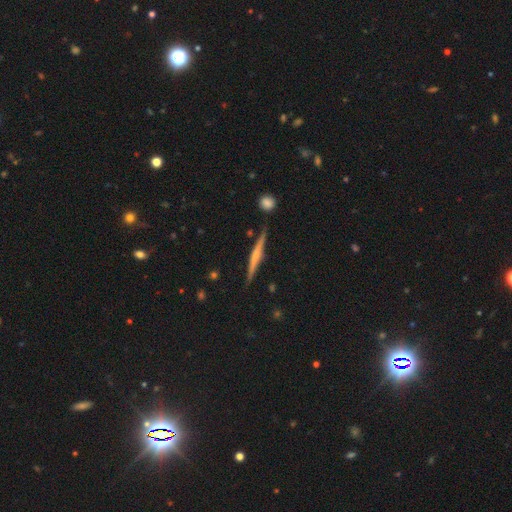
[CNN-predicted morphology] A featured or disk galaxy (66%) viewed edge-on (98%) with a rounded central bulge (47%).

Vote fractions:
- Smooth or featured? featured or disk: 66% / smooth: 28% / star or artifact: 6%
- Edge-on disk? yes: 98% / no: 2%
- Edge-on bulge? rounded: 47% / none: 33% / boxy: 20%
- Merging? none: 86% / minor disturbance: 9% / merger: 2% / major disturbance: 2%